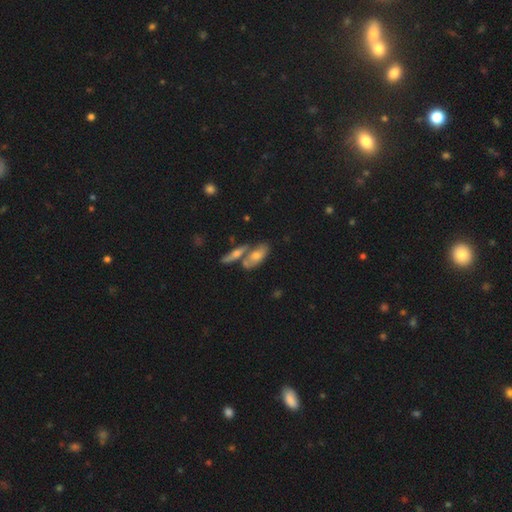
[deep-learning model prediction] smooth-or-featured: smooth: 55% | featured or disk: 34% | star or artifact: 10%
  how-rounded: in between: 74% | cigar-shaped: 21% | round: 5%
  merging: none: 44% | merger: 41% | minor disturbance: 11% | major disturbance: 4%